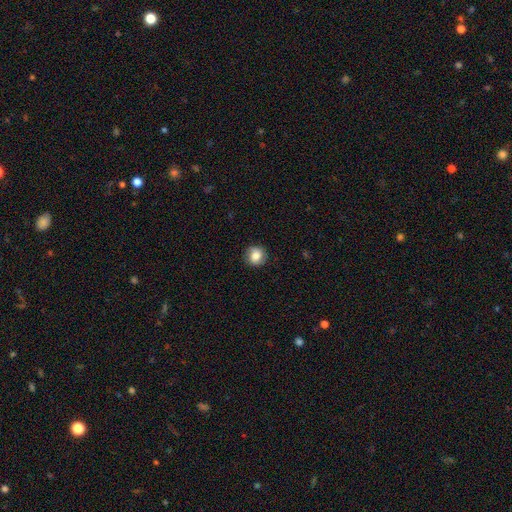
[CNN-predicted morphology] This appears to be a smooth galaxy with no disk features (77%) that is round (87%). Merging: none (85%).